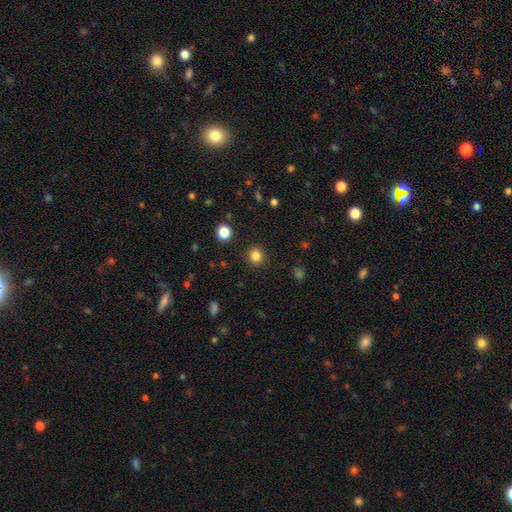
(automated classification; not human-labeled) A smooth galaxy with no disk features (83%) that is round (88%). Merging: none (90%).